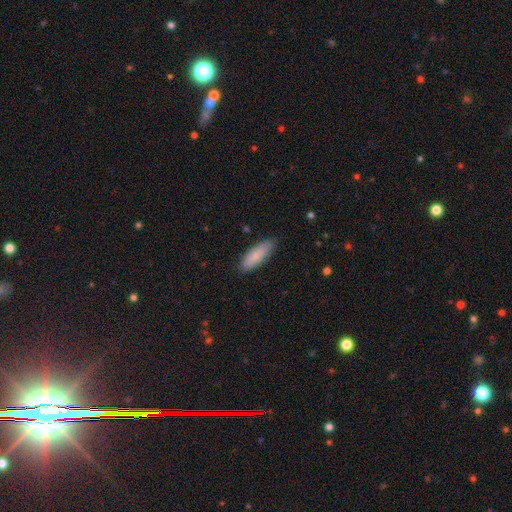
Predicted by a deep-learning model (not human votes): Smooth or featured?
  - smooth: 86% *
  - featured or disk: 9%
  - star or artifact: 5%
How rounded?
  - in between: 54% *
  - cigar-shaped: 45%
  - round: 1%
Merging?
  - none: 85% *
  - minor disturbance: 12%
  - major disturbance: 2%
  - merger: 1%